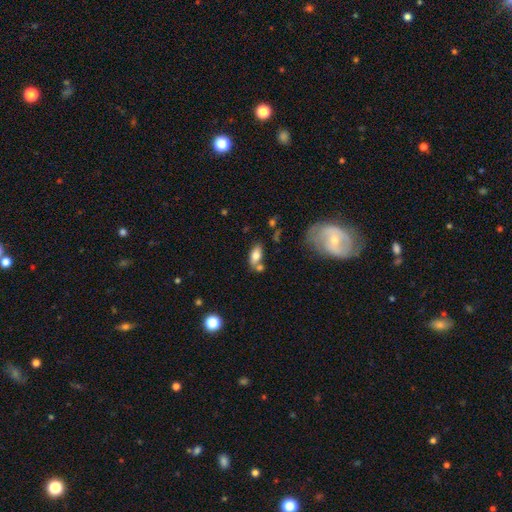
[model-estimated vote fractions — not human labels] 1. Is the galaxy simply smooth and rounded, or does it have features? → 76% smooth, 16% featured or disk, 8% star or artifact.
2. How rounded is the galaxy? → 88% in between, 7% cigar-shaped, 4% round.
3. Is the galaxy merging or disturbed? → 57% none, 22% merger, 15% minor disturbance, 5% major disturbance.